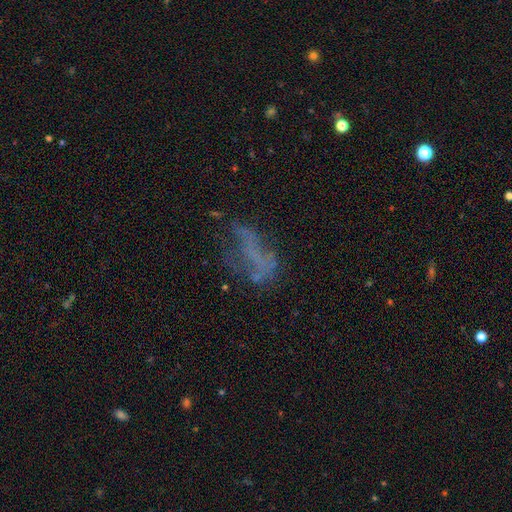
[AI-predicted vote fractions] A featured or disk galaxy (43%). Merging: none (40%).